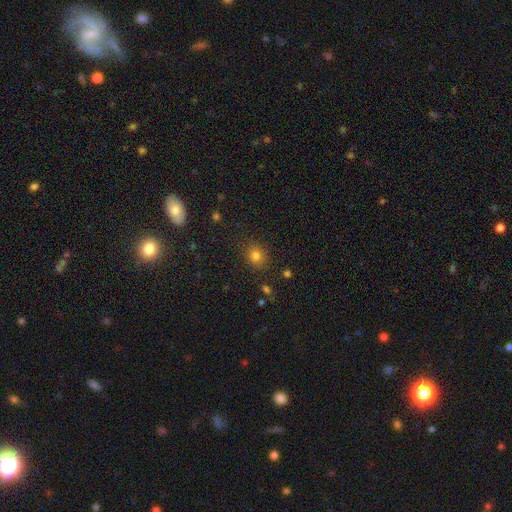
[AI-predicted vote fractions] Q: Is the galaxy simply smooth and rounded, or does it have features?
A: smooth — 78%.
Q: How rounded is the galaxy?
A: round — 79%.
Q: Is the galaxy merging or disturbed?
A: none — 84%.